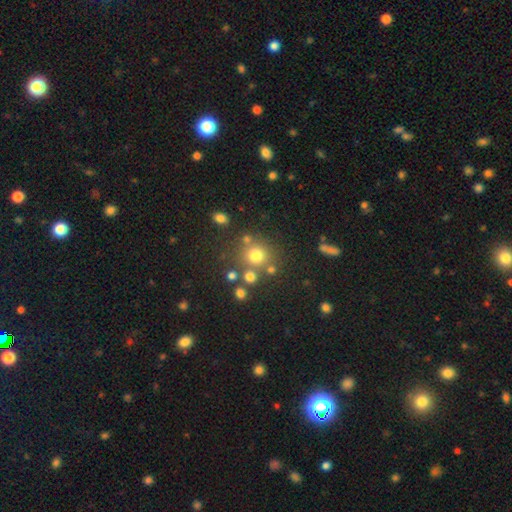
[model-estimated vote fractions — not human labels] Morphology: type=smooth (72%); roundness=round (89%); merging=none (71%).